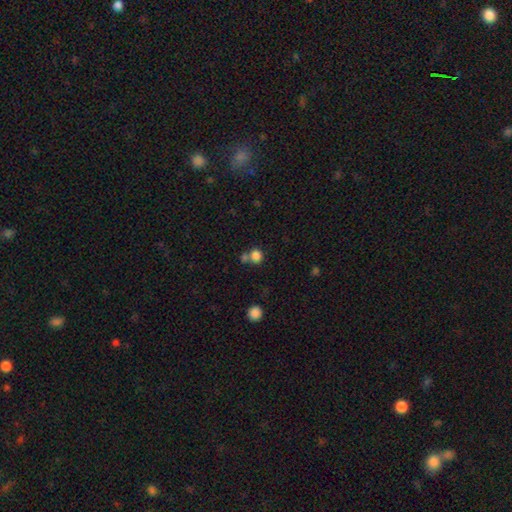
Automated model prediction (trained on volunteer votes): Overall: smooth (82%). How rounded: round (87%). Merging: none (57%; merger 31%).